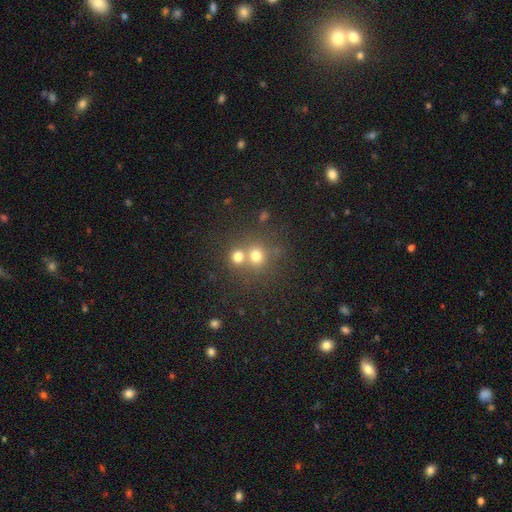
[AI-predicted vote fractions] The model was most divided on "merging": merger: 46%, none: 44%, minor disturbance: 6%, major disturbance: 3%. More confident: how rounded — round (86%); smooth or featured — smooth (69%).